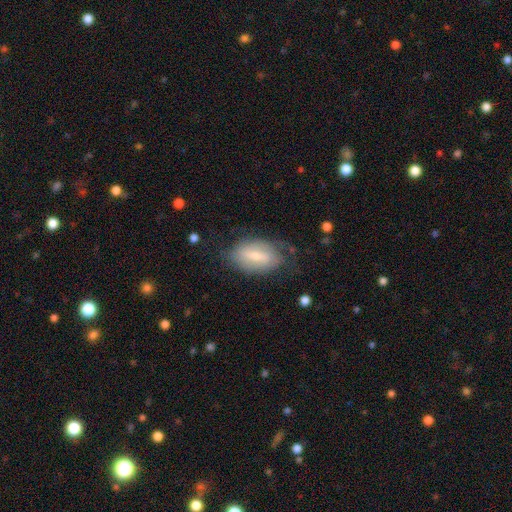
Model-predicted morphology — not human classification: type=smooth (49%); merging=none (61%).